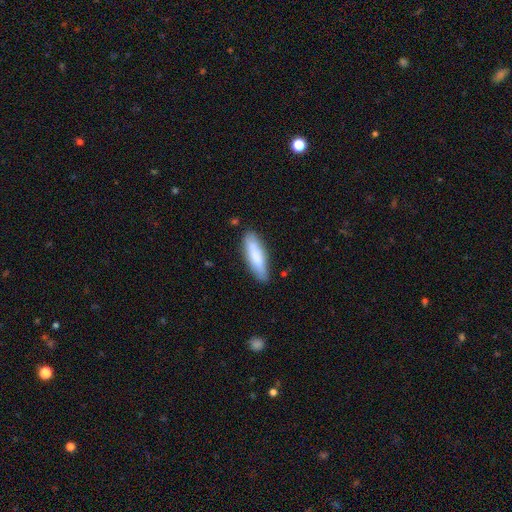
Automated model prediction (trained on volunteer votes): Smooth or featured? smooth (78%)
How rounded? cigar-shaped (58%)
Merging? none (80%)